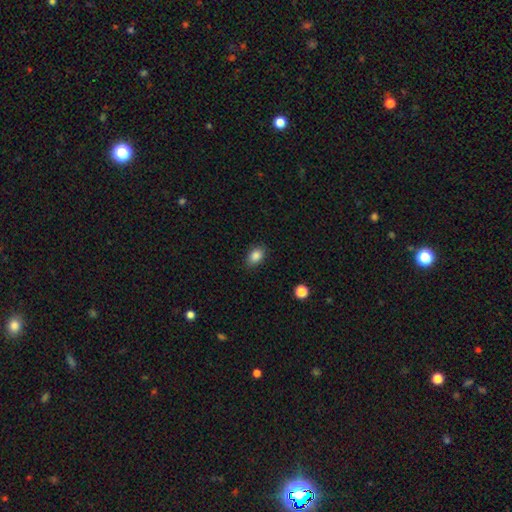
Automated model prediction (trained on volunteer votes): A smooth galaxy with no disk features (86%) that is in between round and cigar-shaped (81%). Merging: none (85%).